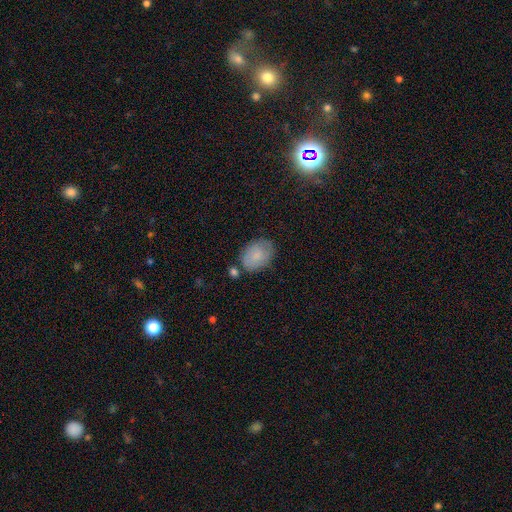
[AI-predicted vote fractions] A smooth galaxy with no disk features (74%) that is in between round and cigar-shaped (75%).

Vote fractions:
- Smooth or featured? smooth: 74% / featured or disk: 18% / star or artifact: 7%
- How rounded? in between: 75% / round: 24% / cigar-shaped: 1%
- Merging? none: 70% / minor disturbance: 20% / merger: 6% / major disturbance: 5%